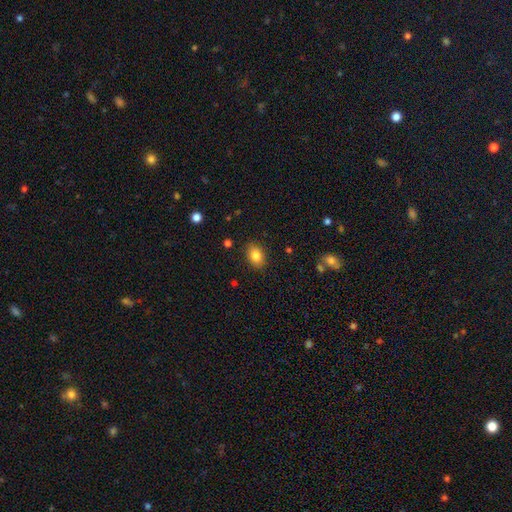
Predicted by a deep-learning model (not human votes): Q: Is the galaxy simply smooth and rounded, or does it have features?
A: smooth — 83%.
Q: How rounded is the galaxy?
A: in between — 72%.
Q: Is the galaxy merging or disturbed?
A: none — 87%.